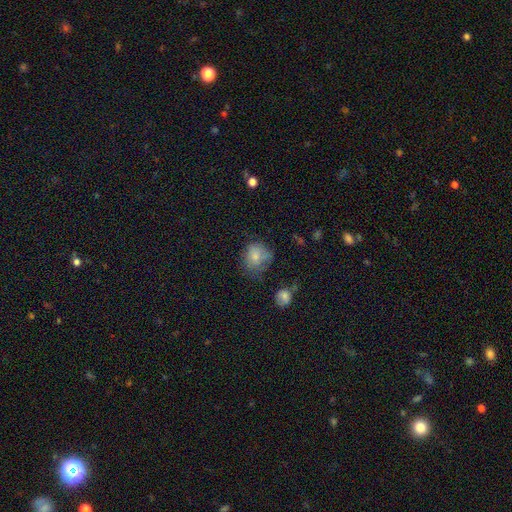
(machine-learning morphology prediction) Q: Smooth or featured?
A: smooth (75%); runner-up: featured or disk (15%)
Q: How rounded?
A: round (67%); runner-up: in between (32%)
Q: Merging?
A: none (49%); runner-up: minor disturbance (30%)